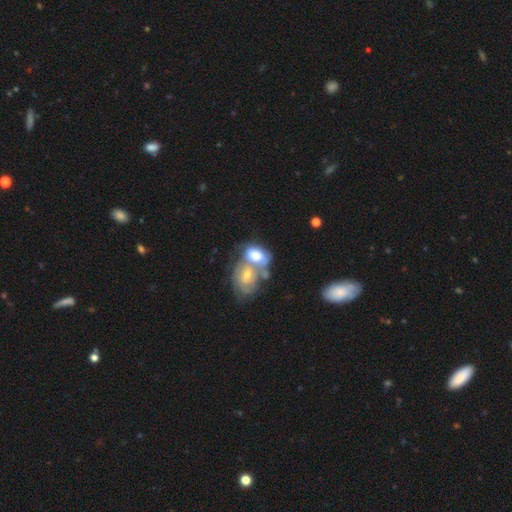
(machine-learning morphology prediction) Overall: smooth (47%; featured or disk 46%). Merging: merger (71%).